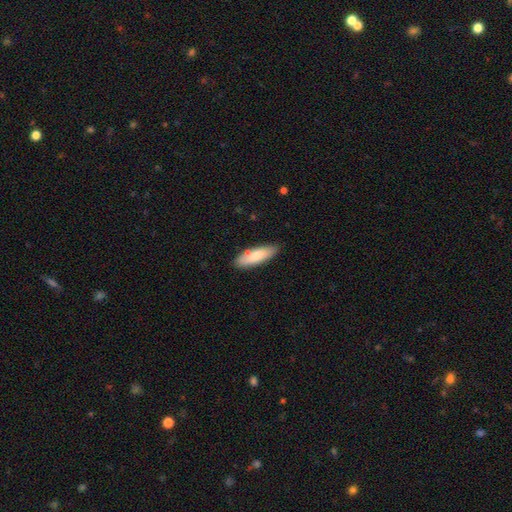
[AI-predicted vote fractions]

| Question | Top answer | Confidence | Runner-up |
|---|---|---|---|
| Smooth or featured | smooth | 76% | featured or disk (18%) |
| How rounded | in between | 54% | cigar-shaped (45%) |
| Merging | none | 79% | minor disturbance (14%) |